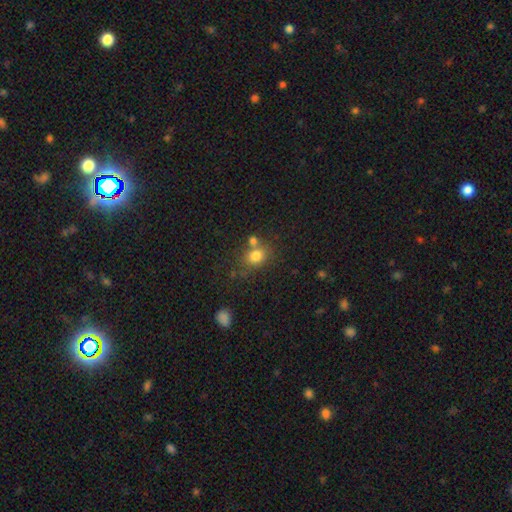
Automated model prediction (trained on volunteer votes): Morphology: type=smooth (78%); roundness=round (53%); merging=none (57%).